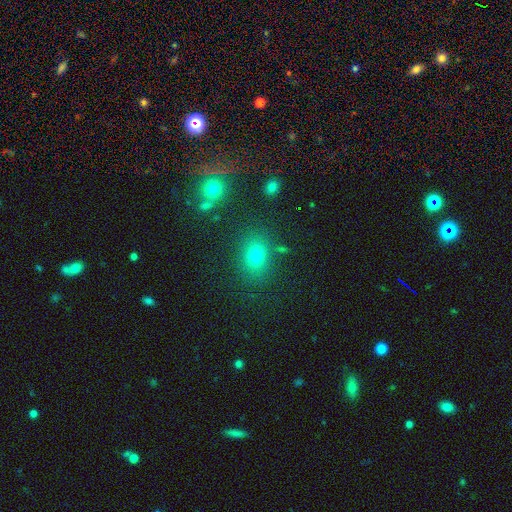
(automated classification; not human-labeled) Smooth or featured: smooth — 71% (star or artifact — 19%)
How rounded: in between — 54% (round — 44%)
Merging: none — 79% (minor disturbance — 12%)